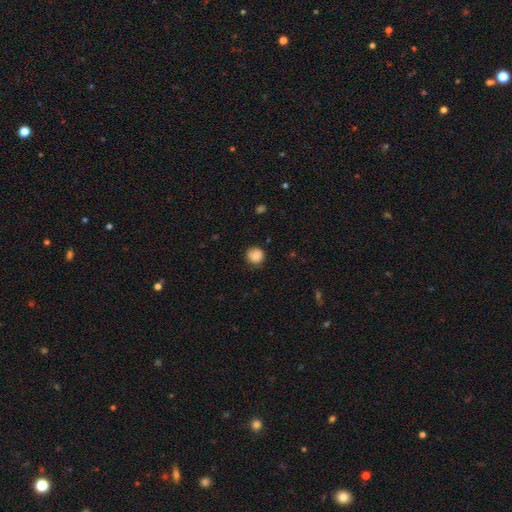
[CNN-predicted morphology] Smooth or featured? Predicted: smooth (p=0.86). How rounded? Predicted: round (p=0.89). Merging? Predicted: none (p=0.77).